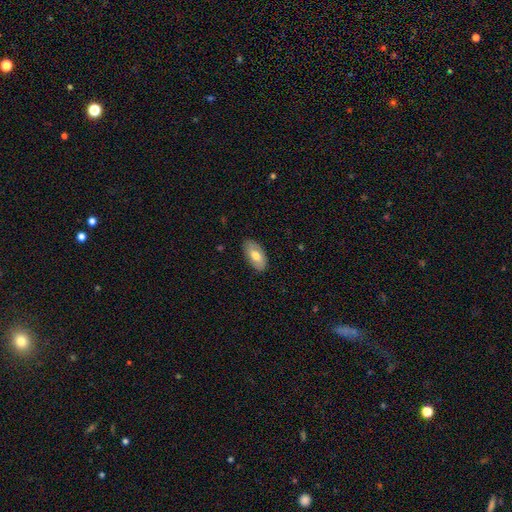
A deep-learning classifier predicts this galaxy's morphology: Smooth or featured? Predicted: smooth (p=0.68). How rounded? Predicted: in between (p=0.93). Merging? Predicted: none (p=0.84).